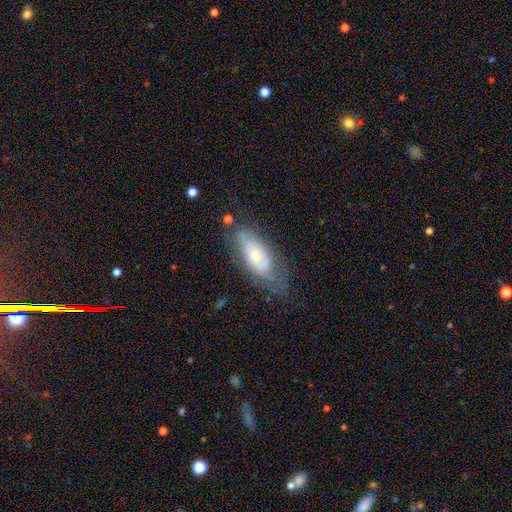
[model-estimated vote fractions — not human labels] Smooth or featured? Predicted: featured or disk (p=0.54). Edge-on disk? Predicted: no (p=0.81). Merging? Predicted: none (p=0.56).